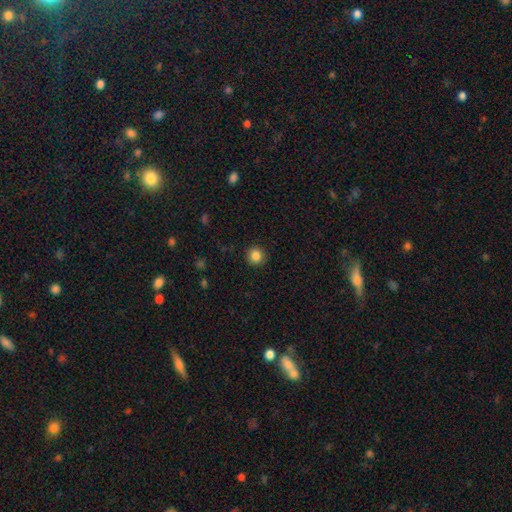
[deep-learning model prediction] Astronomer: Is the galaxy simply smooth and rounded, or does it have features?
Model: smooth — 85%.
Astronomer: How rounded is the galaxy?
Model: round — 94%.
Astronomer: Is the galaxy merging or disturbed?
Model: none — 92%.